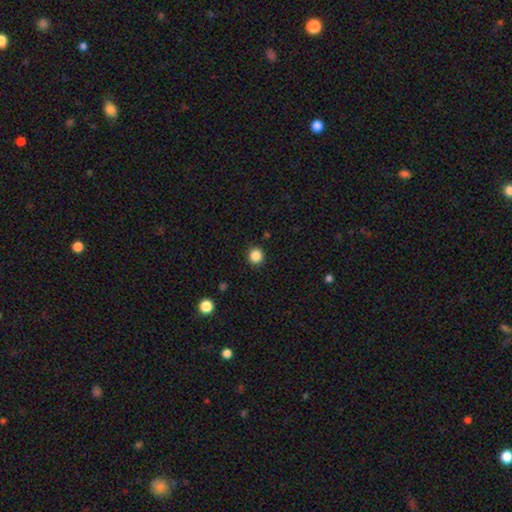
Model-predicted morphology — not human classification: type=smooth (85%); roundness=round (93%); merging=none (92%).